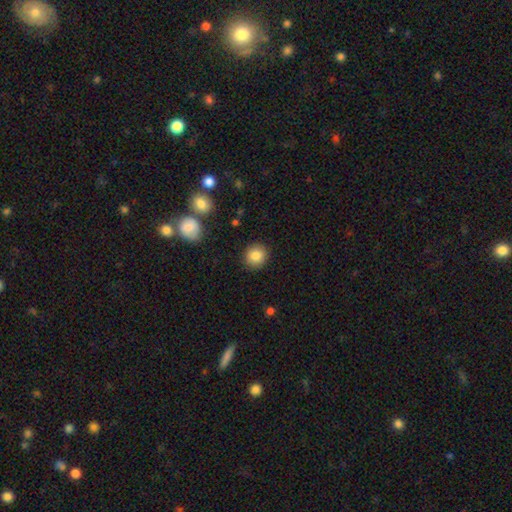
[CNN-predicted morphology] smooth_or_featured: smooth (p=0.85) [alt: star or artifact p=0.09]
how_rounded: round (p=0.88) [alt: in between p=0.11]
merging: none (p=0.90) [alt: minor disturbance p=0.06]